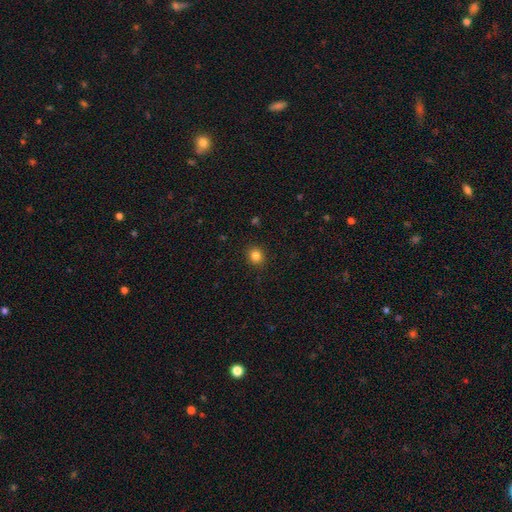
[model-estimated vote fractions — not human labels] Smooth or featured: smooth — 83% (star or artifact — 12%)
How rounded: round — 82% (in between — 17%)
Merging: none — 90% (minor disturbance — 7%)